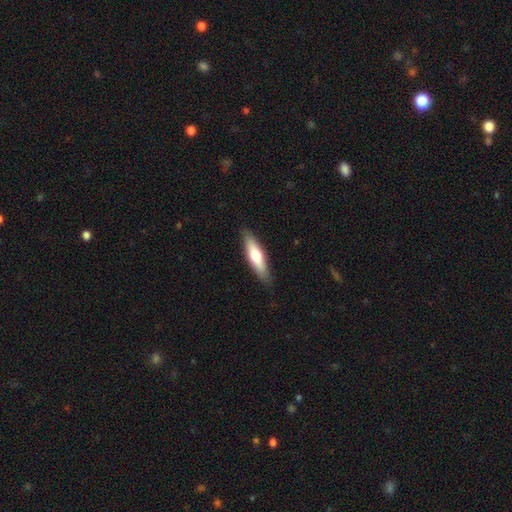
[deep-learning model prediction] A smooth galaxy with no disk features (60%) that is cigar-shaped (65%). Merging: none (87%).